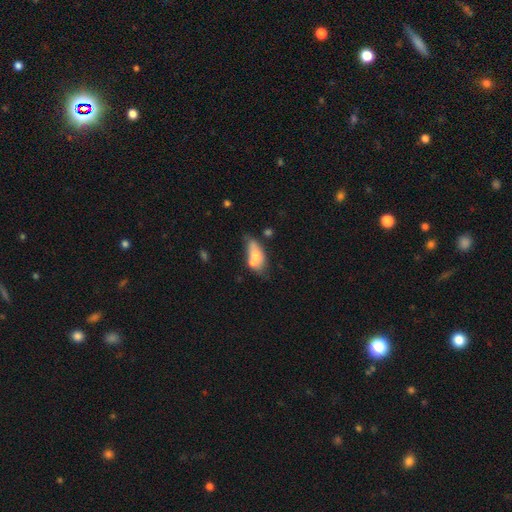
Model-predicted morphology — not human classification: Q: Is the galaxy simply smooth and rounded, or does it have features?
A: smooth — 68%.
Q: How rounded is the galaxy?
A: in between — 84%.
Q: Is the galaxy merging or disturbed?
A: none — 39%.